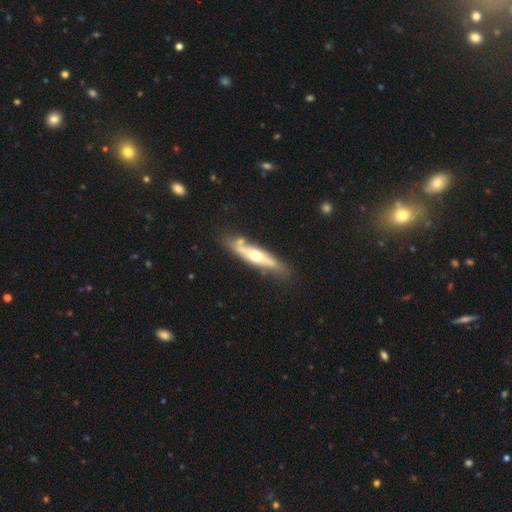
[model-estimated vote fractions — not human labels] smooth_or_featured: featured or disk (p=0.58) [alt: smooth p=0.37]
disk_edge_on: yes (p=0.76) [alt: no p=0.24]
merging: none (p=0.68) [alt: minor disturbance p=0.18]